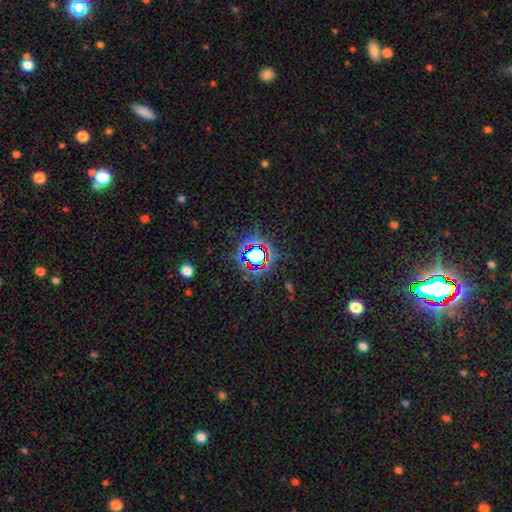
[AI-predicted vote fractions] A star or artifact, not a galaxy (71%).